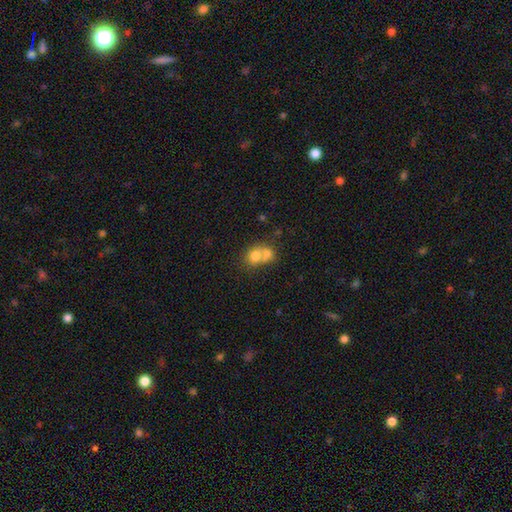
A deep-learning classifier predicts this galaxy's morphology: A smooth galaxy with no disk features (69%) that is round (66%). Merging: merger (64%).